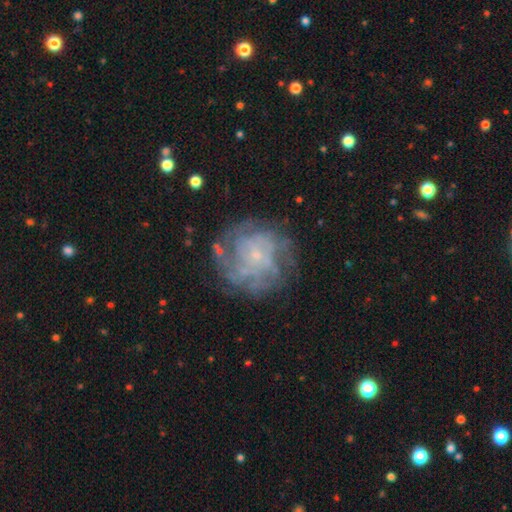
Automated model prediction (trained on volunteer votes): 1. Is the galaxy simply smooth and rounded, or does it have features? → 75% featured or disk, 15% smooth, 10% star or artifact.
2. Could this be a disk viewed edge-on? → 98% no, 2% yes.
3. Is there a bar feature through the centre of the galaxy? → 80% no, 17% weak, 3% strong.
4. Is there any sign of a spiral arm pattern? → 84% yes, 16% no.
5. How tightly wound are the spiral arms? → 64% tight, 26% medium, 10% loose.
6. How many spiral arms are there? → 48% can't tell, 15% 4, 11% more than 4, 11% 3, 9% 2, 6% 1.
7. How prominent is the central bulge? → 80% small, 11% moderate, 7% none, 1% large, 1% dominant.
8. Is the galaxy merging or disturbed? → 72% none, 16% minor disturbance, 10% major disturbance, 2% merger.